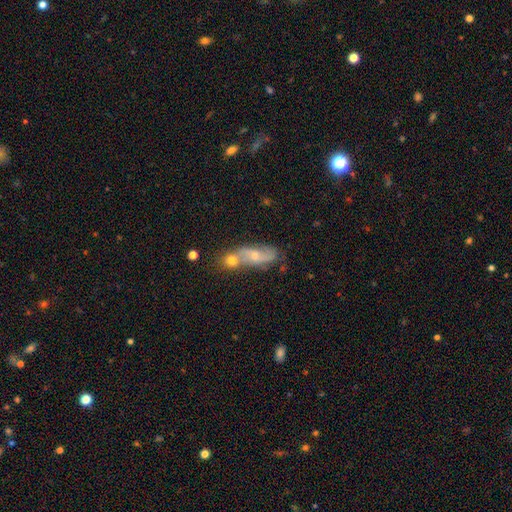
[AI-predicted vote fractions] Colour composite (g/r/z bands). It shows a featured or disk galaxy (56%) with no bar (58%), spiral arms (80%) and a small central bulge (51%). Merging: merger (45%).